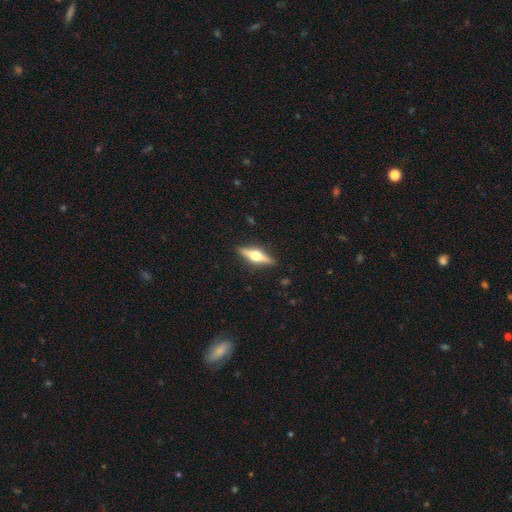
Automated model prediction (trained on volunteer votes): This appears to be a featured or disk galaxy (68%) viewed edge-on (97%) with a rounded central bulge (95%). Merging: none (90%).